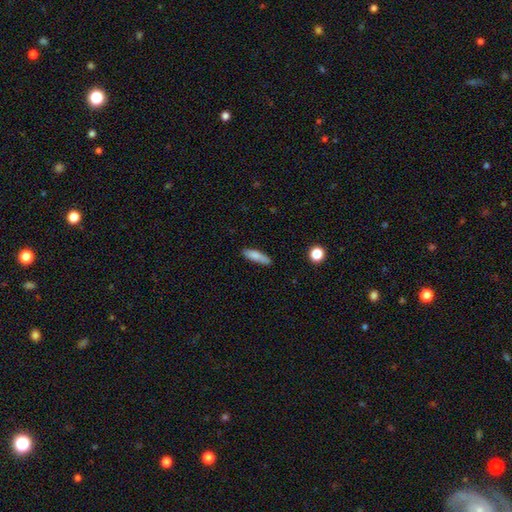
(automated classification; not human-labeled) A smooth galaxy with no disk features (81%) that is cigar-shaped (67%).

Vote fractions:
- Smooth or featured? smooth: 81% / featured or disk: 12% / star or artifact: 7%
- How rounded? cigar-shaped: 67% / in between: 31% / round: 2%
- Merging? none: 80% / minor disturbance: 15% / major disturbance: 3% / merger: 2%